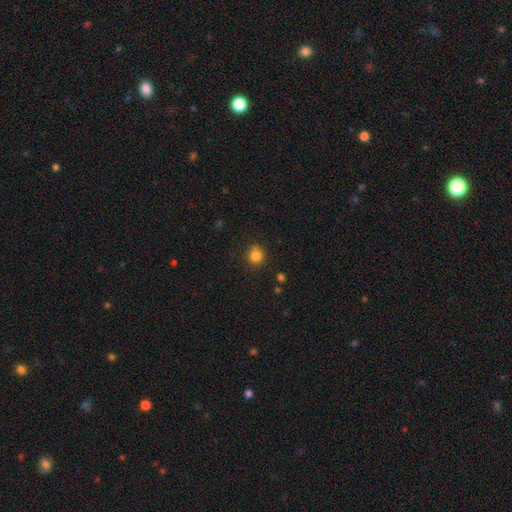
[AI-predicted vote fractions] Q: Smooth or featured?
A: smooth (83%); runner-up: star or artifact (12%)
Q: How rounded?
A: round (86%); runner-up: in between (13%)
Q: Merging?
A: none (88%); runner-up: minor disturbance (8%)